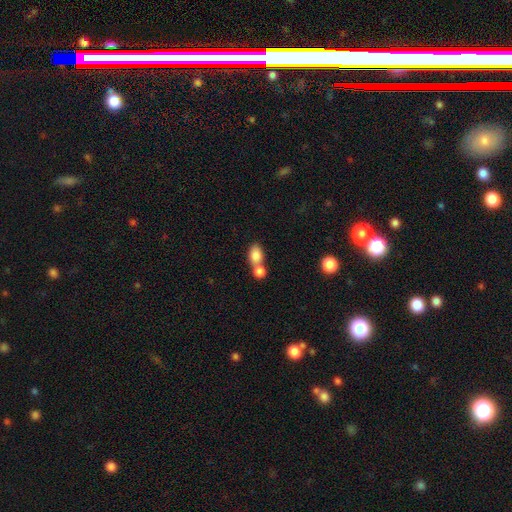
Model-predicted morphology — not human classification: Smooth or featured: smooth — 83% (featured or disk — 9%)
How rounded: in between — 77% (round — 20%)
Merging: merger — 57% (none — 33%)